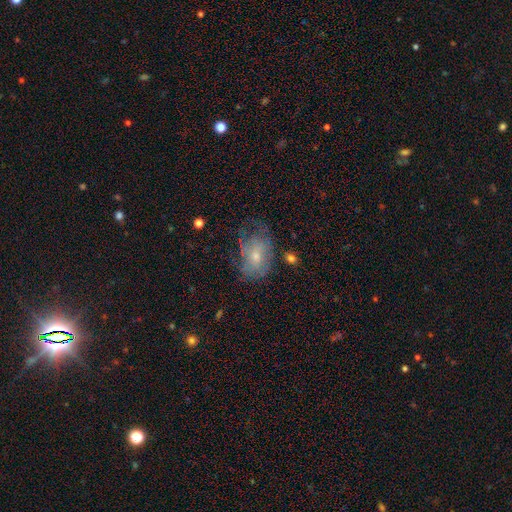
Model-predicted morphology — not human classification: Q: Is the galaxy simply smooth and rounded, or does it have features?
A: smooth — 58%.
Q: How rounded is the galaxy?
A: in between — 78%.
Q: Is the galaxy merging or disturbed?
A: none — 39%.